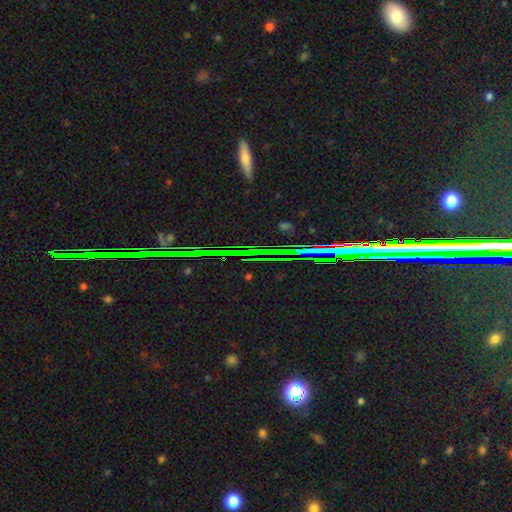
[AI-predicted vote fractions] Smooth or featured? Predicted: star or artifact (p=0.81).